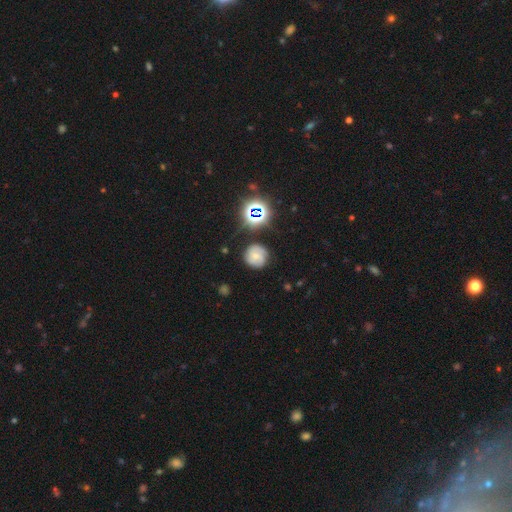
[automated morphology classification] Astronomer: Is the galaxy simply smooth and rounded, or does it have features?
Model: featured or disk — 43% (runner-up: smooth, 42%).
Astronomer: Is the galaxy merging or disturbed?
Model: none — 73%.